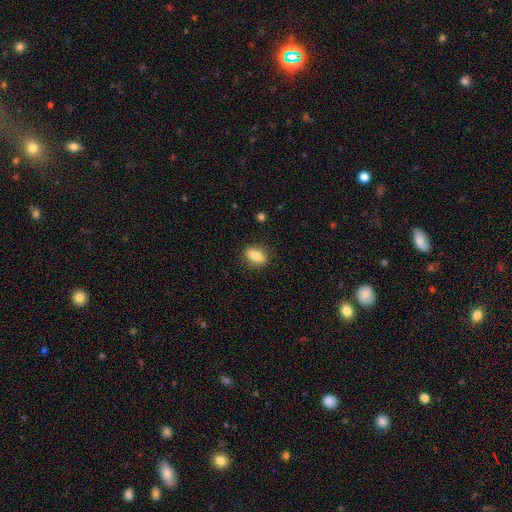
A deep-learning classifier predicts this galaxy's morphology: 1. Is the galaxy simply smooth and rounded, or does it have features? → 77% smooth, 16% featured or disk, 8% star or artifact.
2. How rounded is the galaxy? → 77% in between, 15% round, 8% cigar-shaped.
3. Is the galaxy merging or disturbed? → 84% none, 12% minor disturbance, 3% major disturbance, 1% merger.